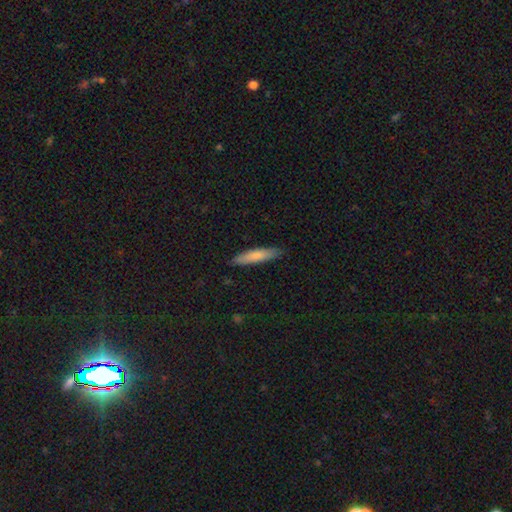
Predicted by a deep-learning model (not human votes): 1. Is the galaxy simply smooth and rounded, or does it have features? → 79% smooth, 15% featured or disk, 6% star or artifact.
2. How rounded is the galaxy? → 81% cigar-shaped, 18% in between, 1% round.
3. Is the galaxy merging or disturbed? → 86% none, 11% minor disturbance, 2% major disturbance, 1% merger.